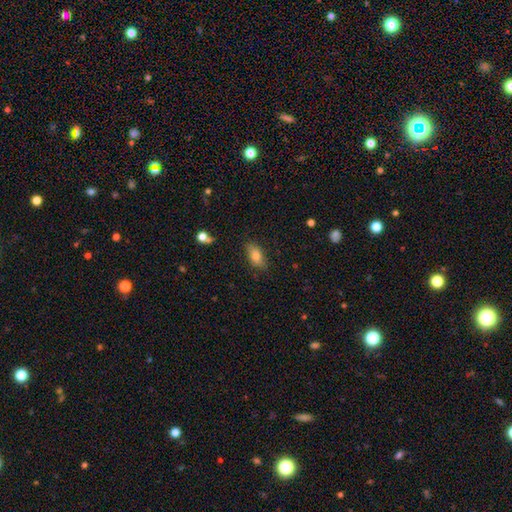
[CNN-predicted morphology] This appears to be a smooth galaxy with no disk features (79%) that is in between round and cigar-shaped (87%). Merging: none (82%).